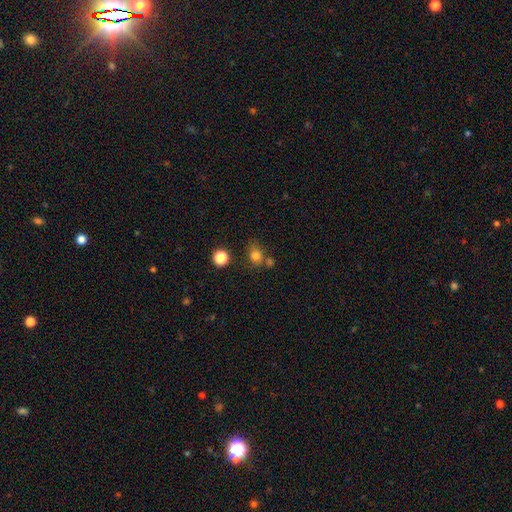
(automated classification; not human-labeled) This appears to be a smooth galaxy with no disk features (78%) that is round (74%). Merging: none (59%).